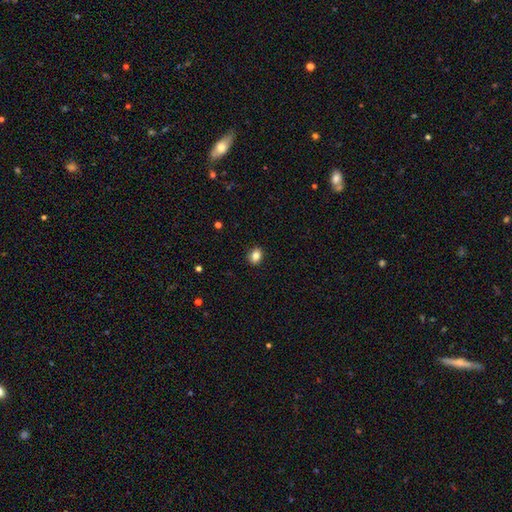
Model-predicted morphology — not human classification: smooth 83%, star or artifact 10%, featured or disk 7%. Down the decision tree: how rounded — in between (53%); merging — none (90%).